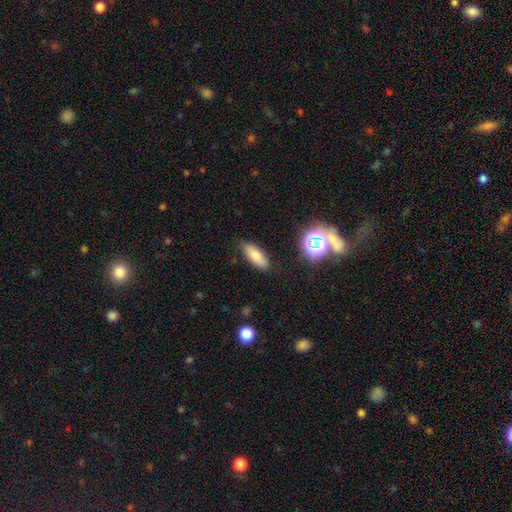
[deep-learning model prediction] smooth_or_featured: smooth (p=0.76) [alt: featured or disk p=0.14]
how_rounded: in between (p=0.72) [alt: cigar-shaped p=0.25]
merging: none (p=0.83) [alt: minor disturbance p=0.12]